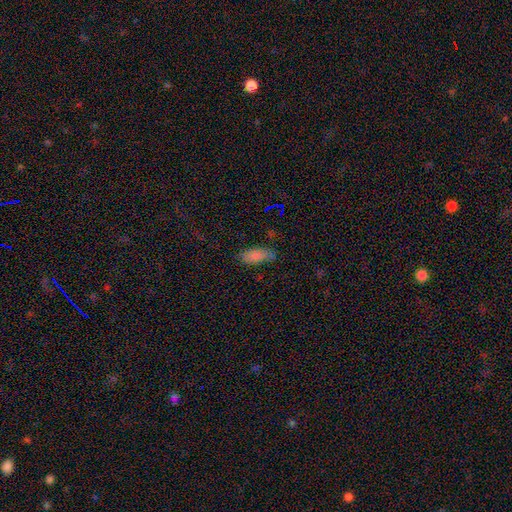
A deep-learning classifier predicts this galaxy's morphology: type=smooth (81%); roundness=in between (81%); merging=none (73%).